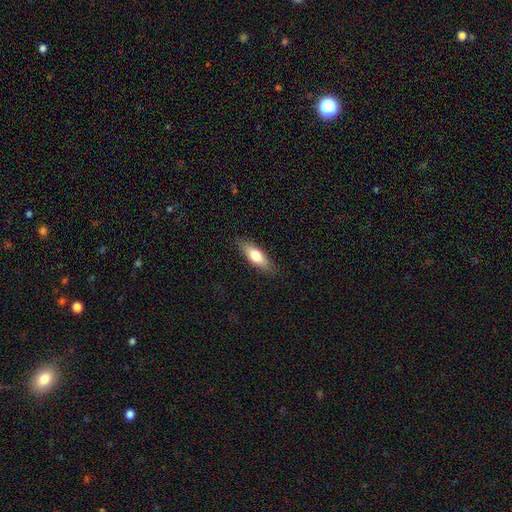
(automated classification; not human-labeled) A smooth galaxy with no disk features (70%) that is in between round and cigar-shaped (57%). Merging: none (86%).